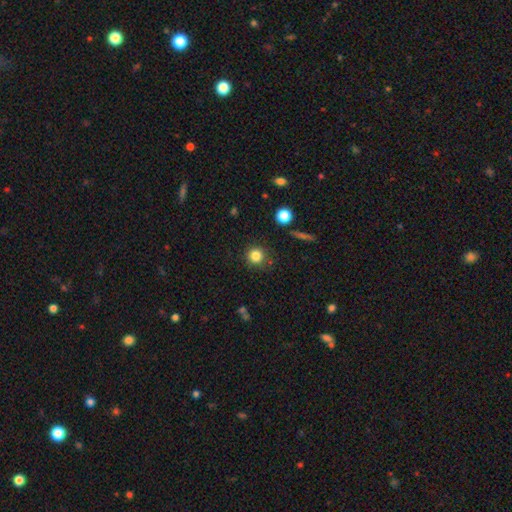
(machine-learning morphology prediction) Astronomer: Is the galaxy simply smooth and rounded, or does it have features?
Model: smooth — 83%.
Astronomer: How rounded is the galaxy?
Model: round — 93%.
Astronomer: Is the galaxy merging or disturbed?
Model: none — 85%.